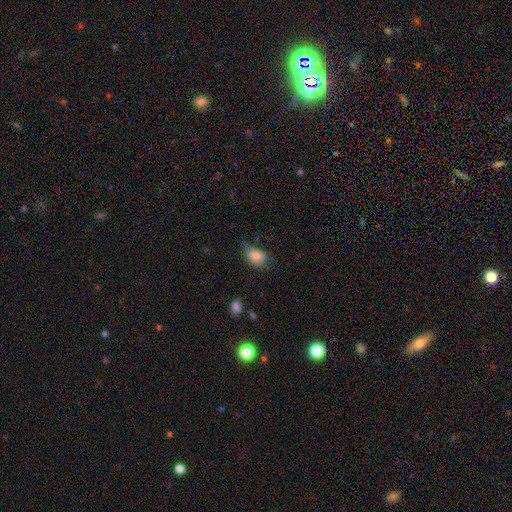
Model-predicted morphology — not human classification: smooth 83%, star or artifact 9%, featured or disk 8%. Down the decision tree: how rounded — in between (72%); merging — none (60%).